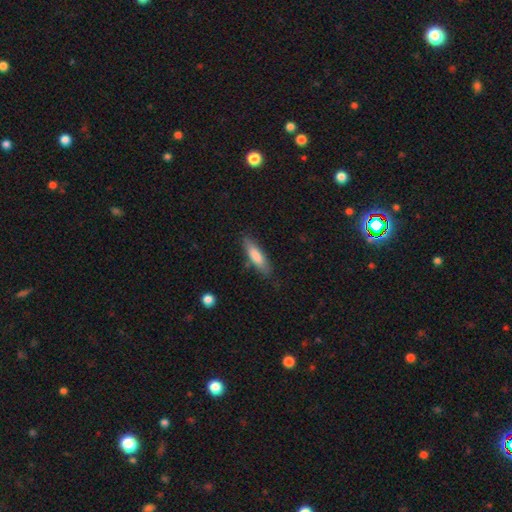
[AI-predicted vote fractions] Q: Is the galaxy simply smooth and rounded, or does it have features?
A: smooth — 77%.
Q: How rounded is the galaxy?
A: cigar-shaped — 67%.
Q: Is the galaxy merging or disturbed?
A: none — 80%.